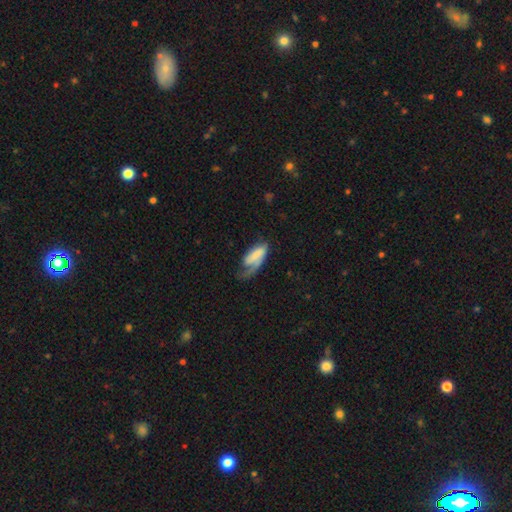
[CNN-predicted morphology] Smooth or featured: smooth — 51% (featured or disk — 42%)
How rounded: in between — 84% (cigar-shaped — 13%)
Merging: major disturbance — 43% (none — 27%)